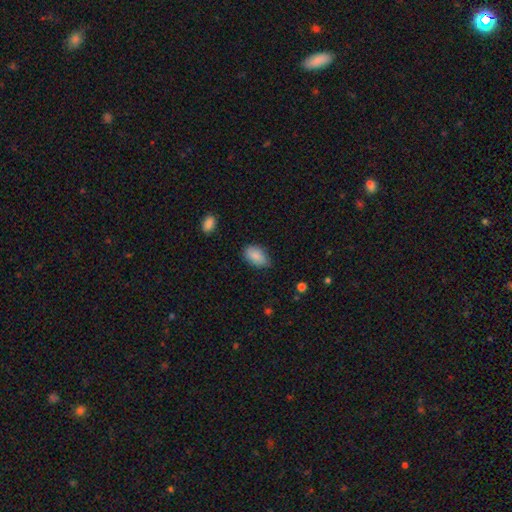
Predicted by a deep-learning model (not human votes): A smooth galaxy with no disk features (87%) that is in between round and cigar-shaped (92%).

Vote fractions:
- Smooth or featured? smooth: 87% / star or artifact: 7% / featured or disk: 6%
- How rounded? in between: 92% / round: 6% / cigar-shaped: 2%
- Merging? none: 71% / minor disturbance: 24% / major disturbance: 4% / merger: 1%